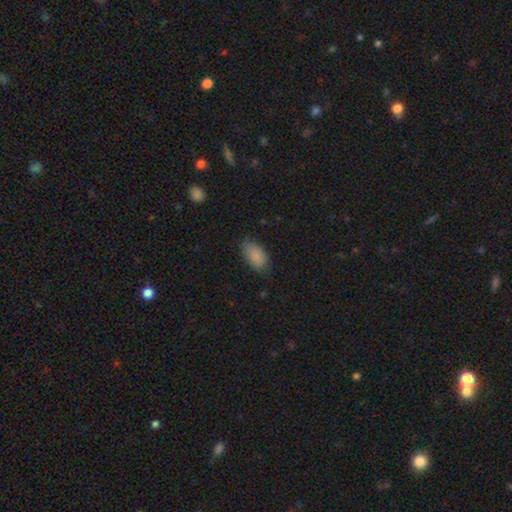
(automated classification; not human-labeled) A smooth galaxy with no disk features (88%) that is in between round and cigar-shaped (94%).

Vote fractions:
- Smooth or featured? smooth: 88% / star or artifact: 7% / featured or disk: 5%
- How rounded? in between: 94% / round: 3% / cigar-shaped: 3%
- Merging? none: 76% / minor disturbance: 19% / major disturbance: 4% / merger: 1%